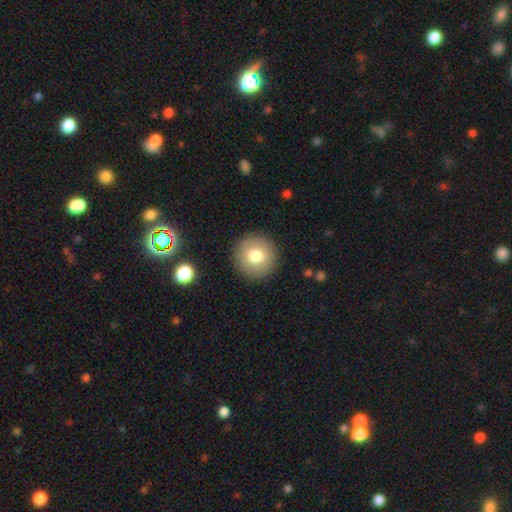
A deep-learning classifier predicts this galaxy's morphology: type=smooth (77%); roundness=round (95%); merging=none (91%).